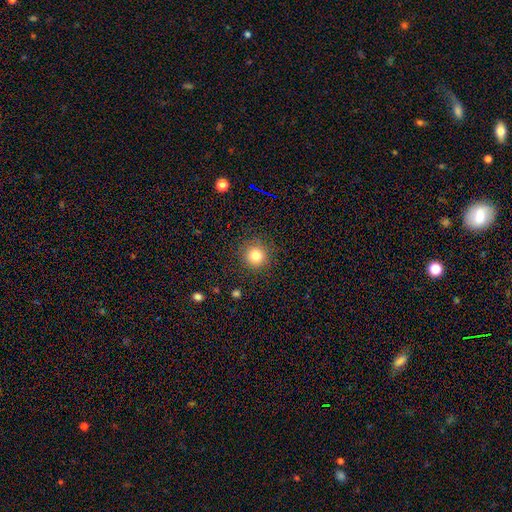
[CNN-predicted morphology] Smooth or featured: smooth — 81% (star or artifact — 13%)
How rounded: round — 95% (in between — 4%)
Merging: none — 89% (minor disturbance — 7%)